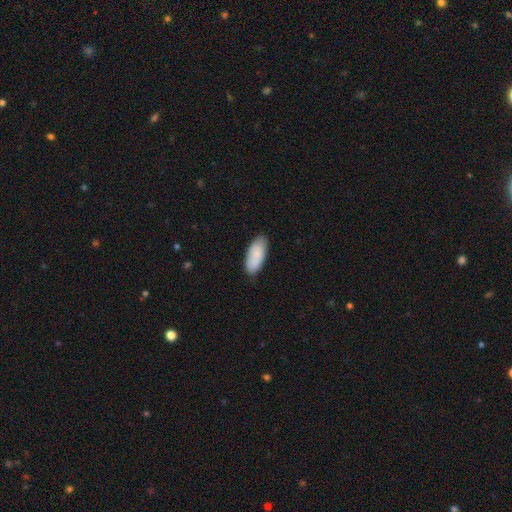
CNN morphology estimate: smooth_or_featured: smooth (p=0.86) [alt: featured or disk p=0.08]
how_rounded: in between (p=0.88) [alt: cigar-shaped p=0.10]
merging: none (p=0.83) [alt: minor disturbance p=0.14]